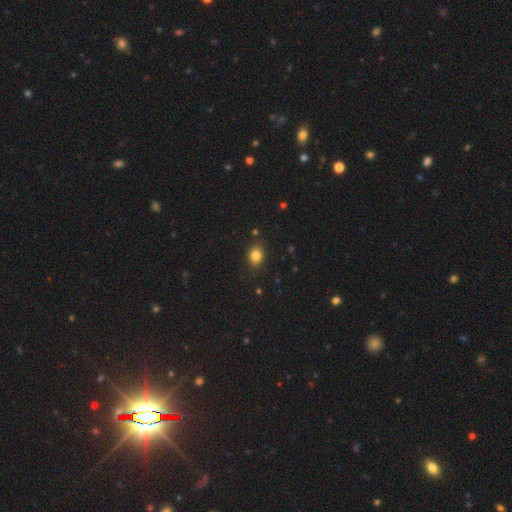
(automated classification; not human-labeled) Overall: smooth (83%). How rounded: in between (57%; round 42%). Merging: none (85%).